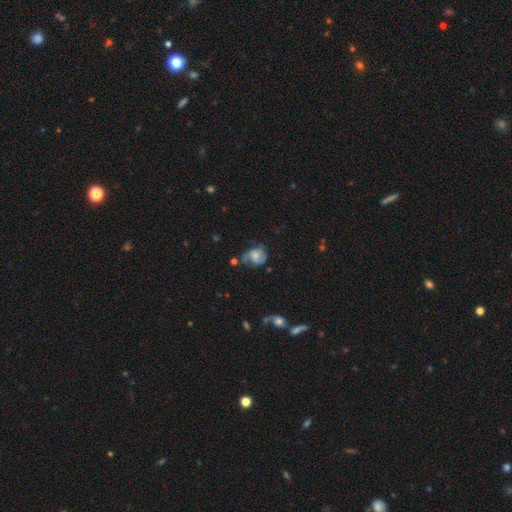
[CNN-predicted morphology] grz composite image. It shows a featured or disk galaxy (62%) with no bar (58%), 2 (64%) medium (46%) spiral arms (86%) and a moderate central bulge (42%). Merging: none (46%).